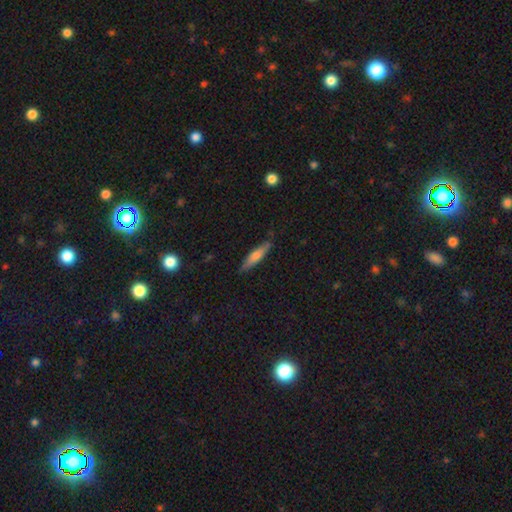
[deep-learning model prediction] Smooth or featured? Predicted: smooth (p=0.62). How rounded? Predicted: cigar-shaped (p=0.85). Merging? Predicted: none (p=0.85).